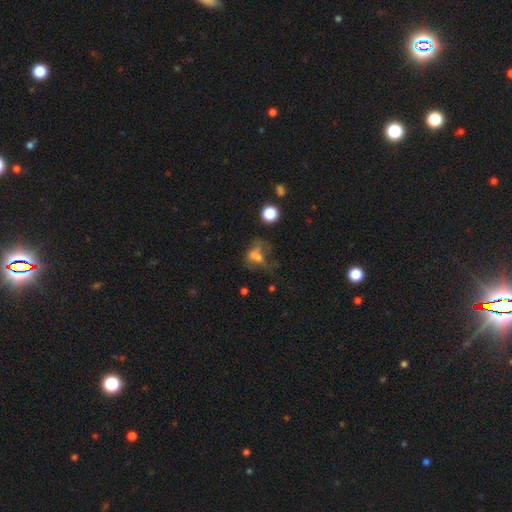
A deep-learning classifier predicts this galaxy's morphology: type=smooth (49%); merging=major disturbance (34%).